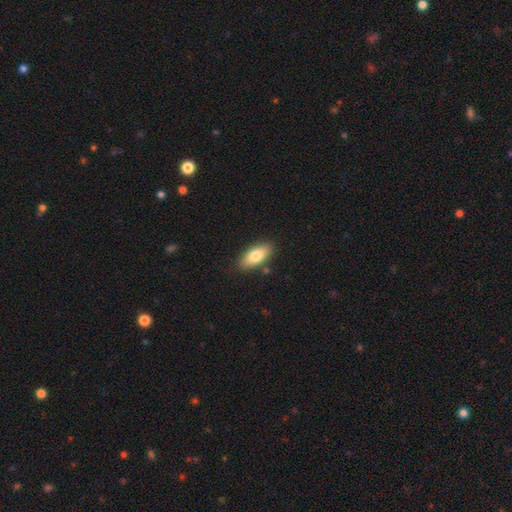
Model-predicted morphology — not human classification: smooth-or-featured: smooth: 79% | featured or disk: 15% | star or artifact: 6%
  how-rounded: in between: 84% | cigar-shaped: 13% | round: 2%
  merging: none: 85% | minor disturbance: 10% | merger: 2% | major disturbance: 2%